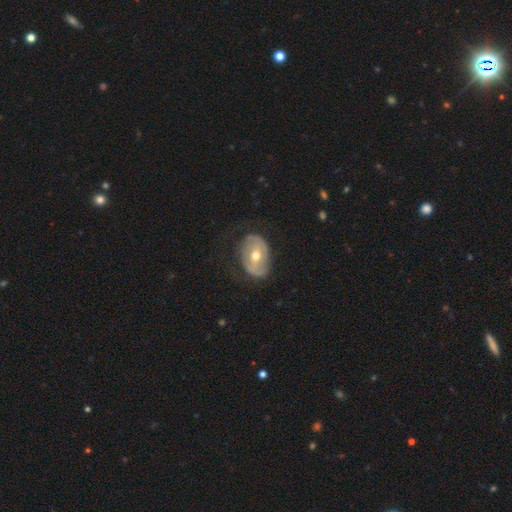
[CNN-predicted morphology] Smooth or featured?
  - featured or disk: 67% *
  - smooth: 27%
  - star or artifact: 6%
Edge-on disk?
  - no: 95% *
  - yes: 5%
Bar?
  - no: 45% *
  - weak: 37%
  - strong: 18%
Spiral arms?
  - yes: 66% *
  - no: 34%
Bulge size?
  - moderate: 72% *
  - small: 23%
  - large: 3%
  - none: 1%
  - dominant: 1%
Merging?
  - none: 68% *
  - minor disturbance: 21%
  - major disturbance: 9%
  - merger: 1%